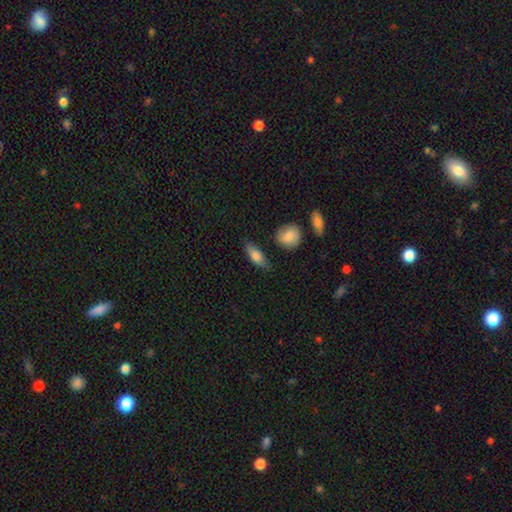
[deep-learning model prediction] Smooth or featured? Predicted: smooth (p=0.75). How rounded? Predicted: in between (p=0.68). Merging? Predicted: none (p=0.74).